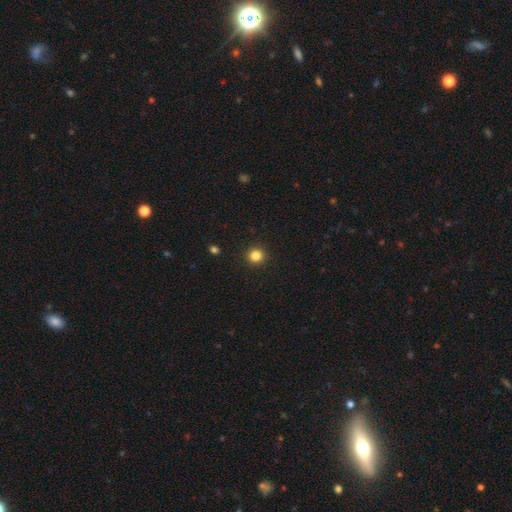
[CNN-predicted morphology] smooth 84%, star or artifact 12%, featured or disk 4%. Down the decision tree: how rounded — round (93%); merging — none (92%).